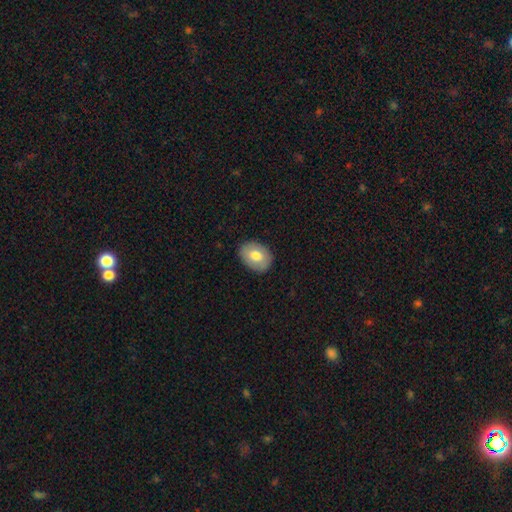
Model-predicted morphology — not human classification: smooth_or_featured: smooth (p=0.74) [alt: featured or disk p=0.19]
how_rounded: in between (p=0.72) [alt: round p=0.27]
merging: none (p=0.87) [alt: minor disturbance p=0.10]